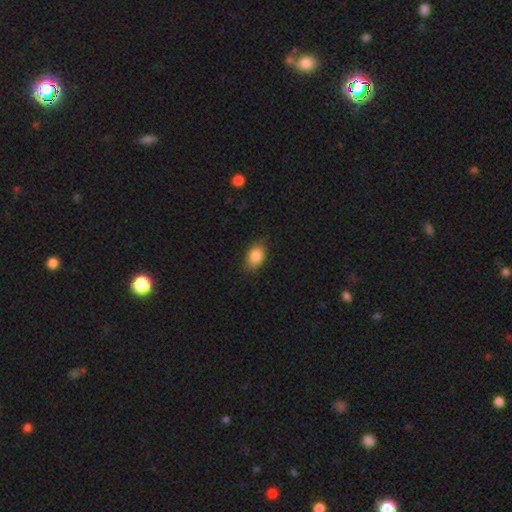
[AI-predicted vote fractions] The model was most divided on "merging": none: 81%, minor disturbance: 15%, major disturbance: 3%, merger: 1%. More confident: how rounded — in between (86%); smooth or featured — smooth (84%).